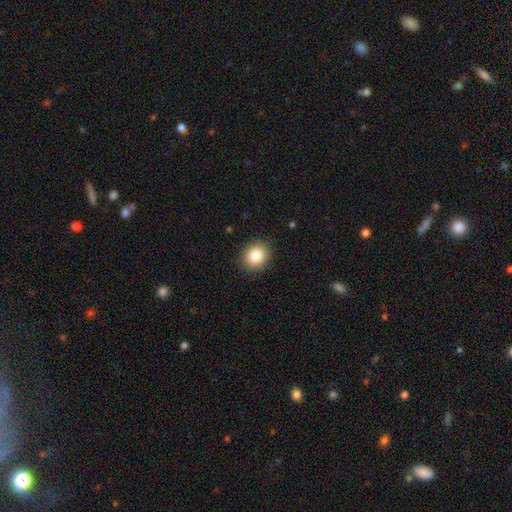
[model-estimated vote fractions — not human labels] smooth-or-featured: smooth: 84% | star or artifact: 9% | featured or disk: 6%
  how-rounded: round: 67% | in between: 32% | cigar-shaped: 1%
  merging: none: 89% | minor disturbance: 8% | major disturbance: 2% | merger: 1%